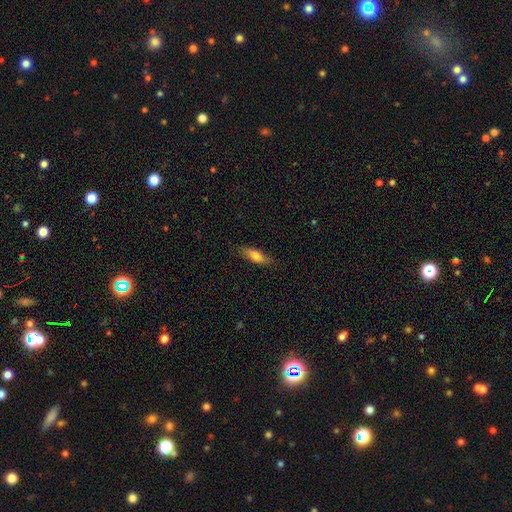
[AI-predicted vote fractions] A smooth galaxy with no disk features (71%) that is in between round and cigar-shaped (52%). Merging: none (81%).